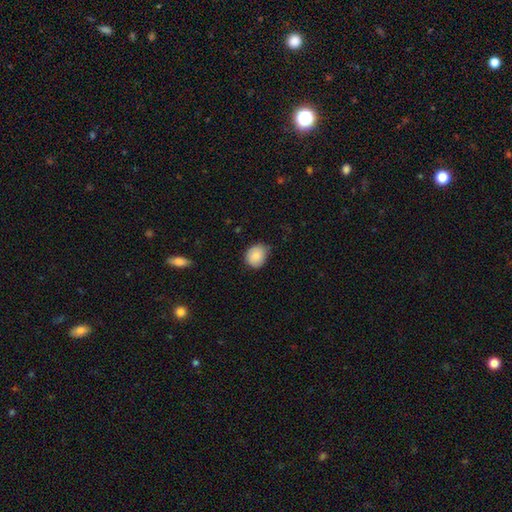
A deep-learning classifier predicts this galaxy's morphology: Smooth or featured: smooth — 83% (featured or disk — 9%)
How rounded: round — 65% (in between — 34%)
Merging: none — 69% (minor disturbance — 26%)